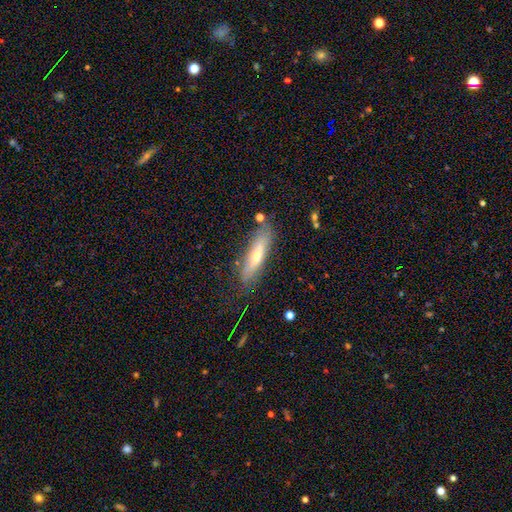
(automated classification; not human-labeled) A smooth galaxy with no disk features (47%).

Vote fractions:
- Smooth or featured? smooth: 47% / featured or disk: 46% / star or artifact: 8%
- Merging? none: 76% / minor disturbance: 16% / major disturbance: 5% / merger: 3%